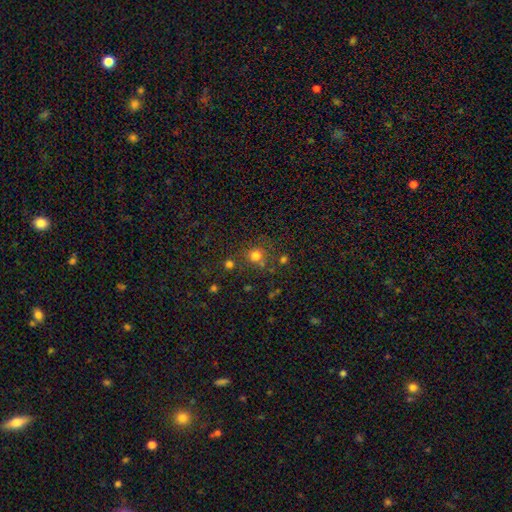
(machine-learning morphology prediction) smooth 73%, star or artifact 20%, featured or disk 7%. Down the decision tree: how rounded — round (89%); merging — none (70%).